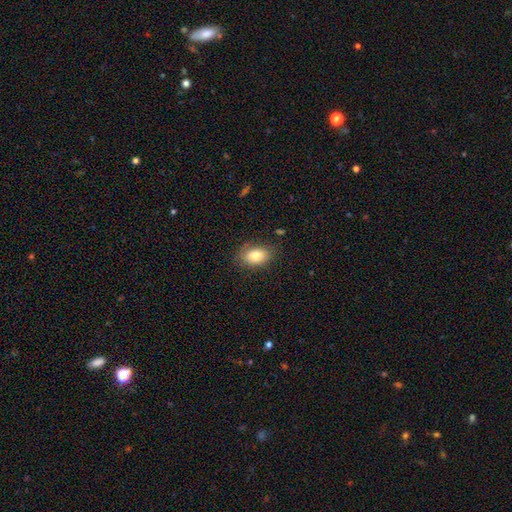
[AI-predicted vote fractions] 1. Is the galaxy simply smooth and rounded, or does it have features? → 81% smooth, 11% featured or disk, 8% star or artifact.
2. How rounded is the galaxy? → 85% in between, 14% round, 1% cigar-shaped.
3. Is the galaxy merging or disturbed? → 80% none, 15% minor disturbance, 4% major disturbance, 1% merger.